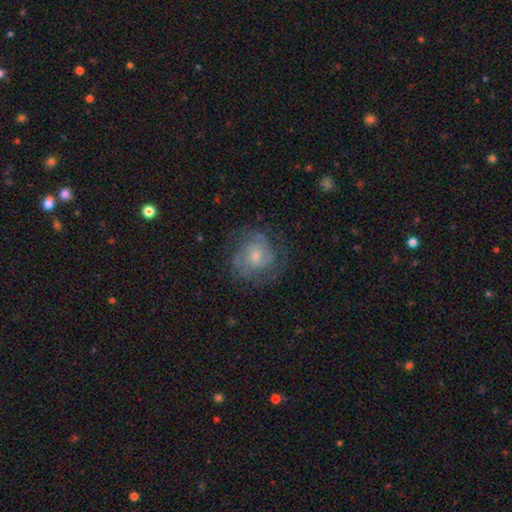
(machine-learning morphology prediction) smooth-or-featured: featured or disk: 76% | smooth: 17% | star or artifact: 7%
  disk-edge-on: no: 98% | yes: 2%
    bar: no: 60% | weak: 34% | strong: 5%
    has-spiral-arms: yes: 92% | no: 8%
      spiral-winding: tight: 48% | medium: 41% | loose: 11%
      spiral-arm-count: 2: 42% | can't tell: 25% | 3: 19% | 4: 5% | 1: 4% | more than 4: 4%
    bulge-size: small: 56% | moderate: 36% | none: 4% | large: 3% | dominant: 1%
  merging: none: 72% | minor disturbance: 17% | major disturbance: 11% | merger: 1%